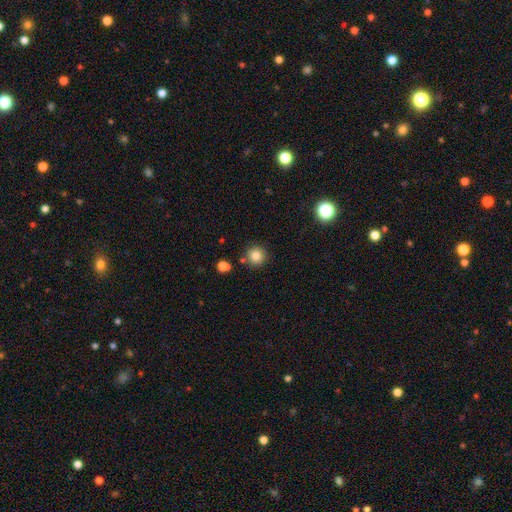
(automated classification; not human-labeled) Smooth or featured?
  - smooth: 83% *
  - star or artifact: 11%
  - featured or disk: 6%
How rounded?
  - round: 94% *
  - in between: 5%
  - cigar-shaped: 1%
Merging?
  - none: 84% *
  - minor disturbance: 8%
  - merger: 6%
  - major disturbance: 2%